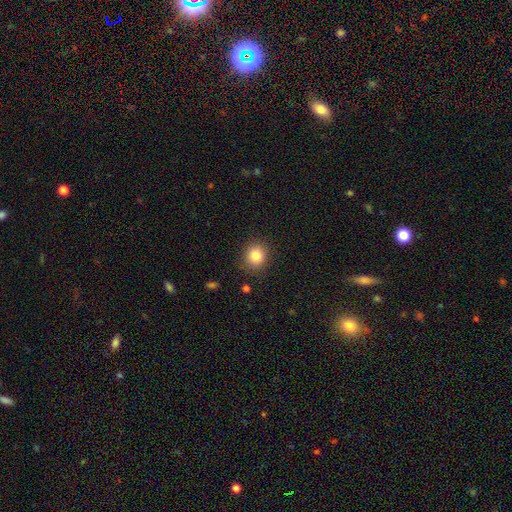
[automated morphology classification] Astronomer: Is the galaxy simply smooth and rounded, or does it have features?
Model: smooth — 84%.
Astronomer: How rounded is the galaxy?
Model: round — 76%.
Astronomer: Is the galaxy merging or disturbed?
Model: none — 87%.